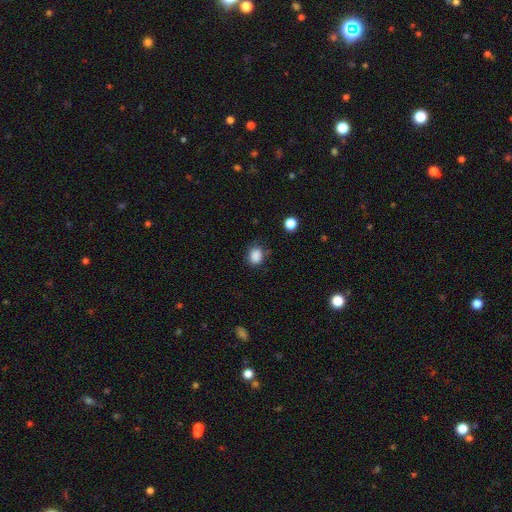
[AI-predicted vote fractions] This is clearly a smooth galaxy (86%). How rounded: possibly round (56%). Merging: likely none (73%).